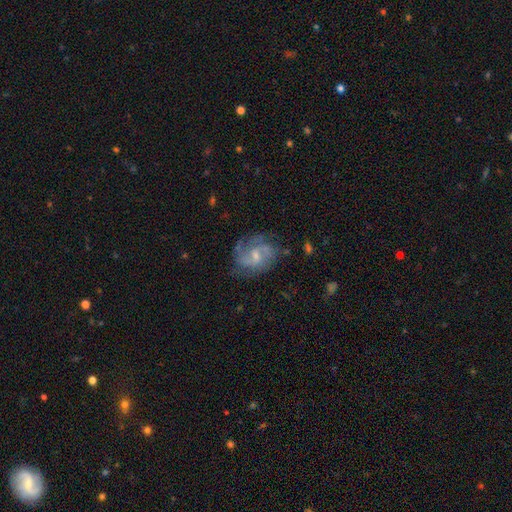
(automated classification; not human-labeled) smooth_or_featured: featured or disk (p=0.77) [alt: smooth p=0.16]
disk_edge_on: no (p=0.98) [alt: yes p=0.02]
bar: weak (p=0.49) [alt: no p=0.43]
has_spiral_arms: yes (p=0.91) [alt: no p=0.09]
spiral_winding: medium (p=0.50) [alt: loose p=0.26]
spiral_arm_count: 2 (p=0.61) [alt: can't tell p=0.16]
bulge_size: small (p=0.55) [alt: moderate p=0.37]
merging: none (p=0.65) [alt: minor disturbance p=0.21]